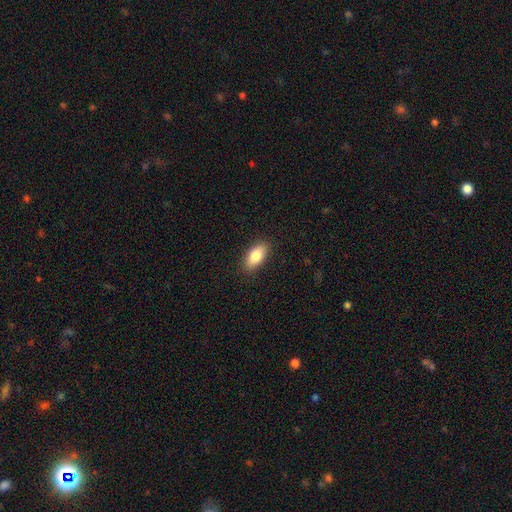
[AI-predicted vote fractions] Smooth or featured?
  - smooth: 83% *
  - featured or disk: 10%
  - star or artifact: 7%
How rounded?
  - in between: 87% *
  - cigar-shaped: 9%
  - round: 3%
Merging?
  - none: 88% *
  - minor disturbance: 9%
  - major disturbance: 2%
  - merger: 1%